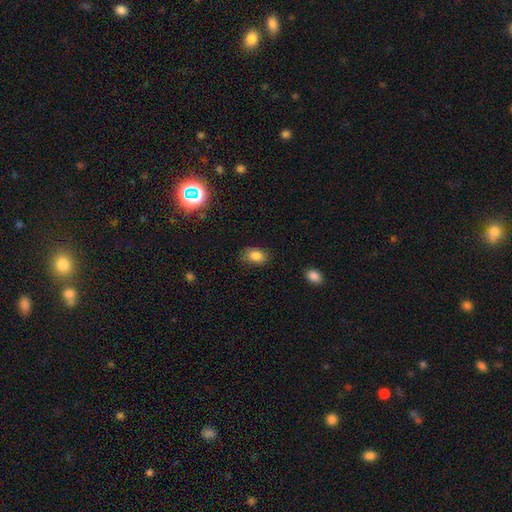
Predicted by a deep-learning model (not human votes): Morphology: type=smooth (85%); roundness=in between (79%); merging=none (79%).